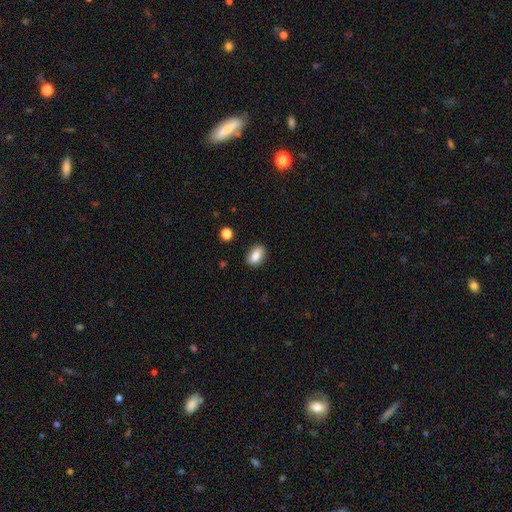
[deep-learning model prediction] Overall: smooth (81%). How rounded: in between (82%). Merging: none (84%).